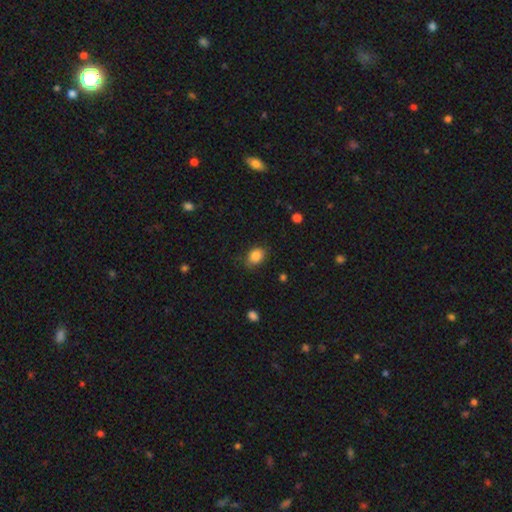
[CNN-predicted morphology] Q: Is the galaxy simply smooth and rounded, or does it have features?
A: smooth — 86%.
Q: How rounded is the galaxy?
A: in between — 69%.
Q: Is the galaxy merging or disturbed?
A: none — 77%.